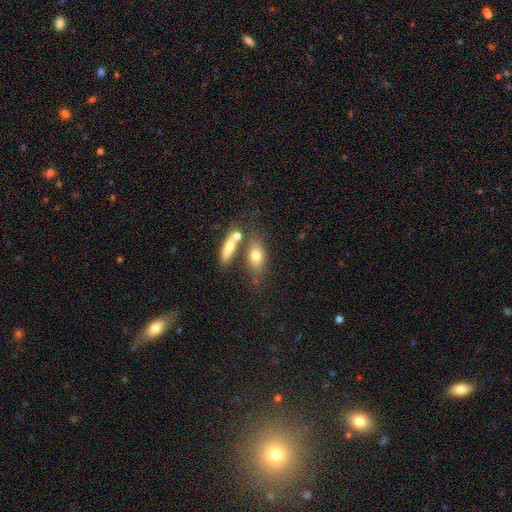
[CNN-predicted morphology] A smooth galaxy with no disk features (72%) that is in between round and cigar-shaped (71%). Merging: none (52%).